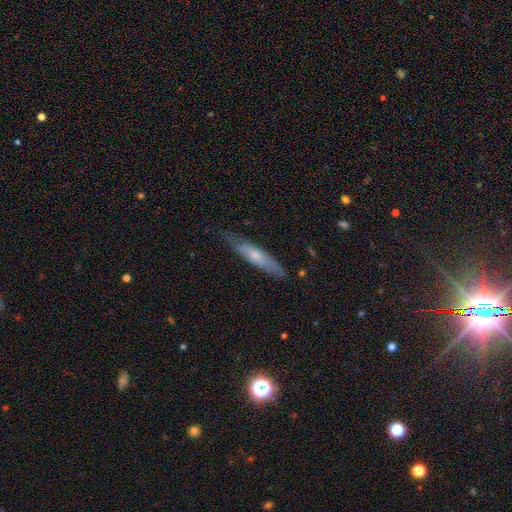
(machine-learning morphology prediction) A smooth galaxy with no disk features (52%) that is cigar-shaped (84%).

Vote fractions:
- Smooth or featured? smooth: 52% / featured or disk: 42% / star or artifact: 6%
- How rounded? cigar-shaped: 84% / in between: 14% / round: 2%
- Merging? none: 77% / minor disturbance: 18% / major disturbance: 3% / merger: 1%